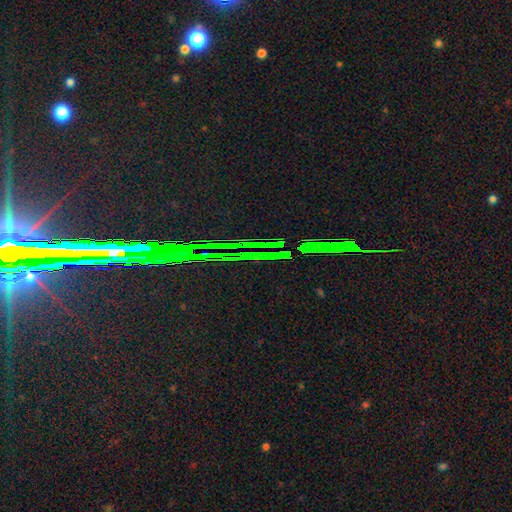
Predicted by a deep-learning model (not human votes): Smooth or featured? Predicted: star or artifact (p=0.83).